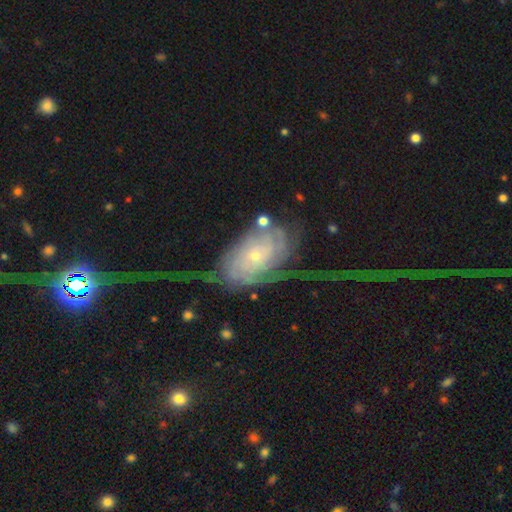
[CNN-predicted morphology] Overall: featured or disk (85%). Edge-on disk: no (95%). Bar: no (74%). Spiral arms: yes (94%). Spiral arm count: 2 (41%; can't tell 26%). Spiral winding: tight (50%; medium 27%). Bulge size: small (74%). Merging: none (40%; major disturbance 39%).